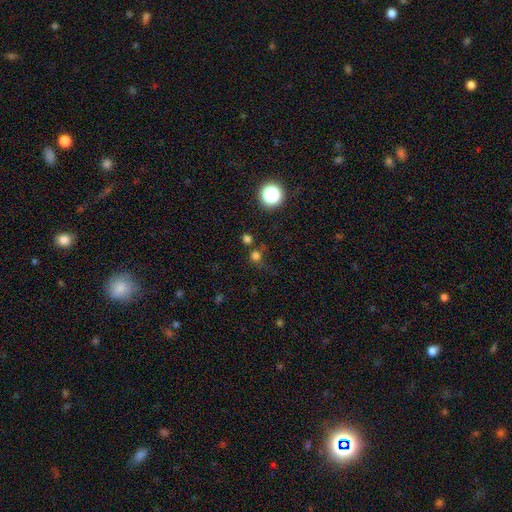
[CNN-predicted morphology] This is likely a smooth galaxy (69%). How rounded: clearly round (87%). Merging: likely none (63%).